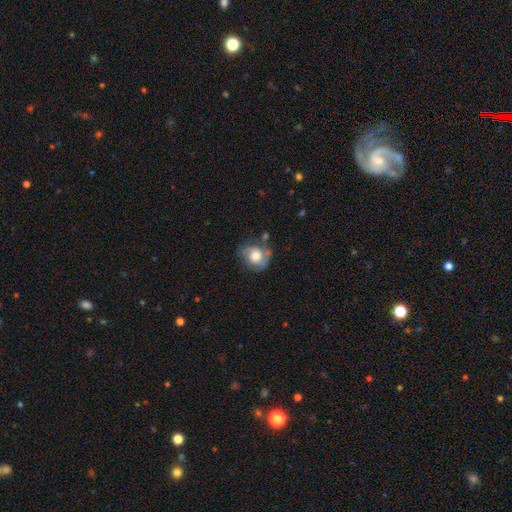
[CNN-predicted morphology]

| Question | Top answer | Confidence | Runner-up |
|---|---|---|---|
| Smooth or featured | smooth | 56% | featured or disk (36%) |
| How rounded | round | 68% | in between (31%) |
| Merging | none | 53% | minor disturbance (29%) |